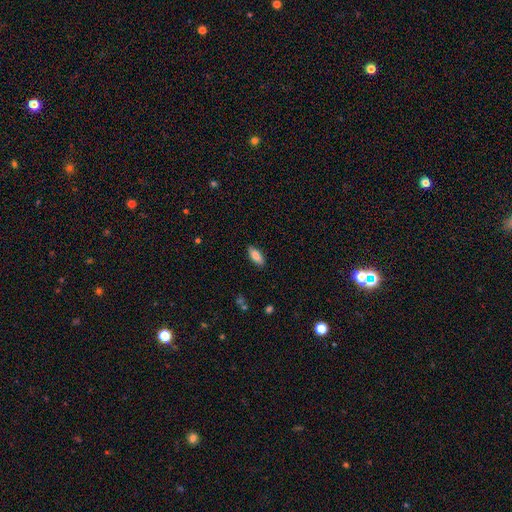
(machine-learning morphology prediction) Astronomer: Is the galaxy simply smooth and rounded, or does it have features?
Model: smooth — 83%.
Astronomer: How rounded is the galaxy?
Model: in between — 76%.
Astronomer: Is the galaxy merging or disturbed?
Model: none — 88%.